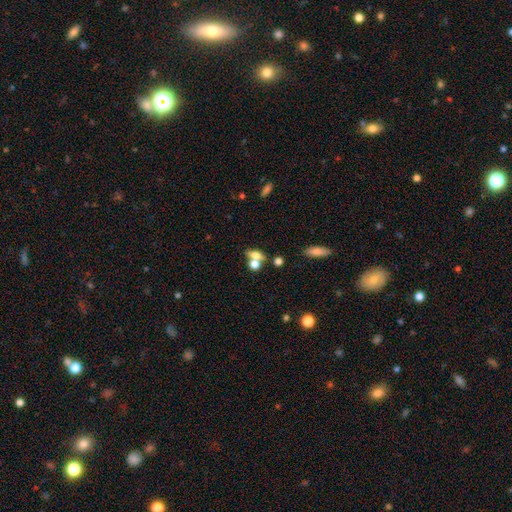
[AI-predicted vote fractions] Smooth or featured?
  - smooth: 65% *
  - featured or disk: 22%
  - star or artifact: 13%
How rounded?
  - in between: 58% *
  - round: 26%
  - cigar-shaped: 16%
Merging?
  - merger: 43% *
  - none: 42%
  - minor disturbance: 10%
  - major disturbance: 5%